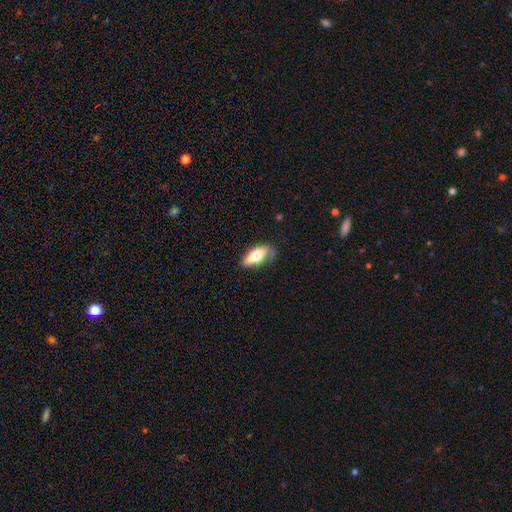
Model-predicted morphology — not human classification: smooth 63%, featured or disk 31%, star or artifact 6%. Down the decision tree: how rounded — in between (76%); merging — none (62%).